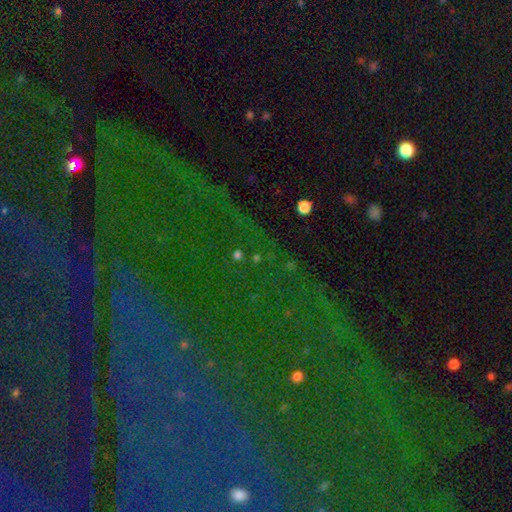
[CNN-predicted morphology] A star or artifact, not a galaxy (80%).

Vote fractions:
- Smooth or featured? star or artifact: 80% / featured or disk: 10% / smooth: 10%